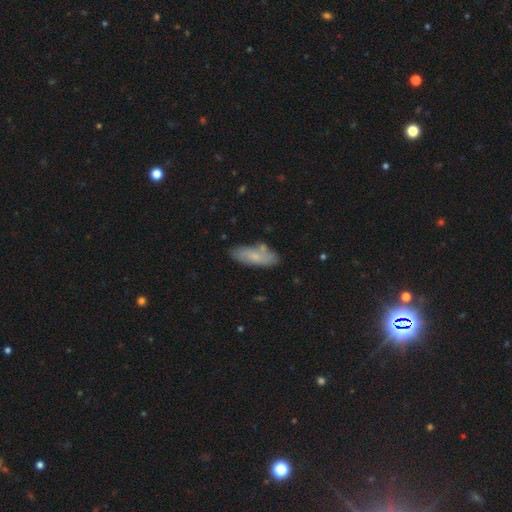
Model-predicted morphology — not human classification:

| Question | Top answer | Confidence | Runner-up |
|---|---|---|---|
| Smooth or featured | smooth | 65% | featured or disk (28%) |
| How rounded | in between | 65% | cigar-shaped (33%) |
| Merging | none | 72% | minor disturbance (18%) |